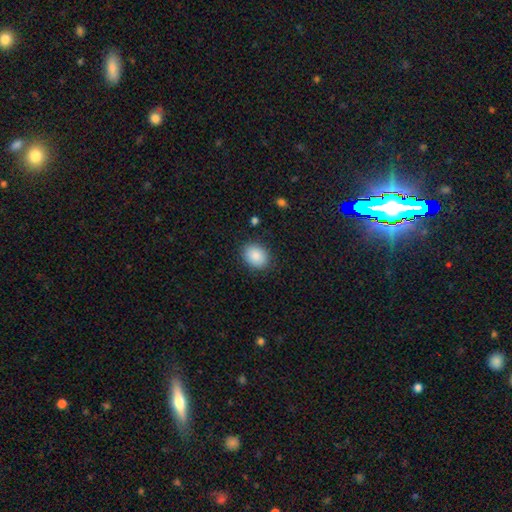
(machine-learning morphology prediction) smooth-or-featured: smooth: 88% | star or artifact: 8% | featured or disk: 5%
  how-rounded: in between: 55% | round: 45% | cigar-shaped: 1%
  merging: none: 87% | minor disturbance: 9% | major disturbance: 3% | merger: 1%